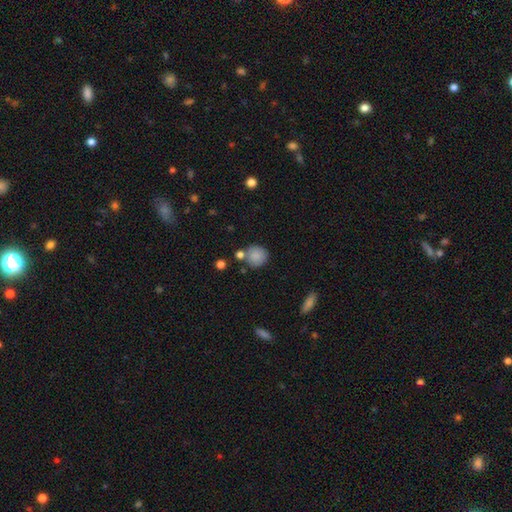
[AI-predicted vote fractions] A smooth galaxy with no disk features (84%) that is round (89%). Merging: none (69%).